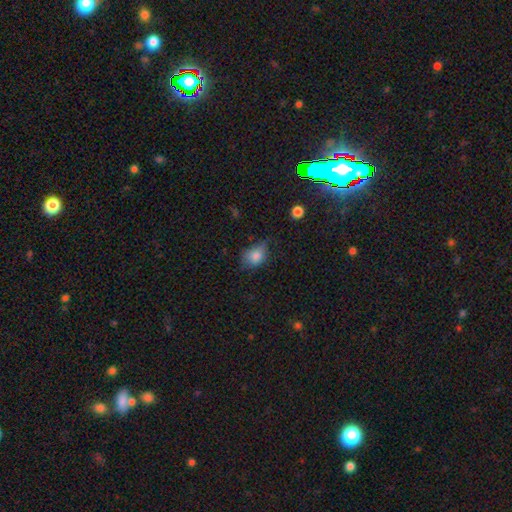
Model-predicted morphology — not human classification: The model was most divided on "merging": none: 44%, minor disturbance: 40%, major disturbance: 14%, merger: 3%. More confident: smooth or featured — smooth (81%); how rounded — in between (64%).